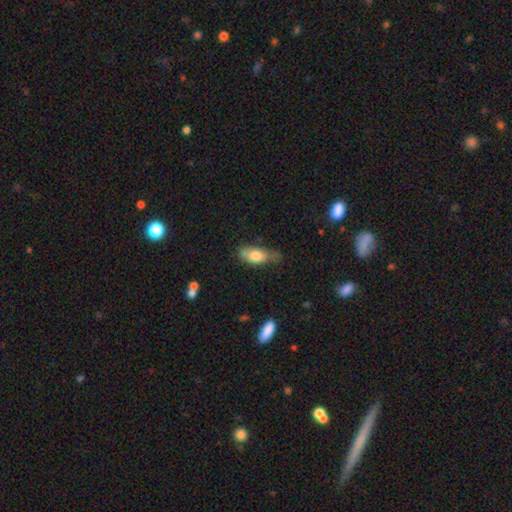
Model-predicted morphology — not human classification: This is likely a smooth galaxy (76%). How rounded: clearly in between (83%). Merging: marginally none (44%).